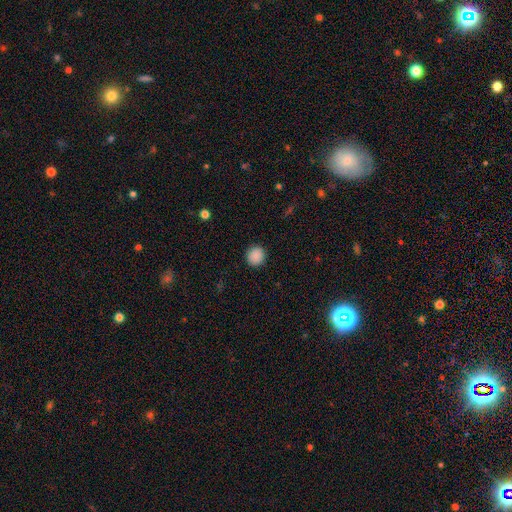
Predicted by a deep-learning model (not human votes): This appears to be a smooth galaxy with no disk features (89%) that is round (91%). Merging: none (92%).